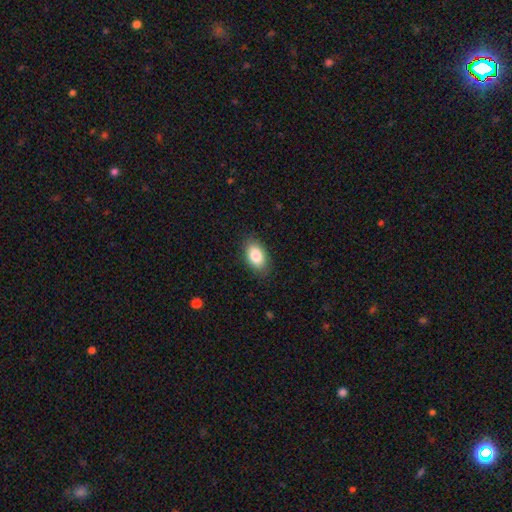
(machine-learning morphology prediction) A smooth galaxy with no disk features (85%) that is in between round and cigar-shaped (92%). Merging: none (87%).